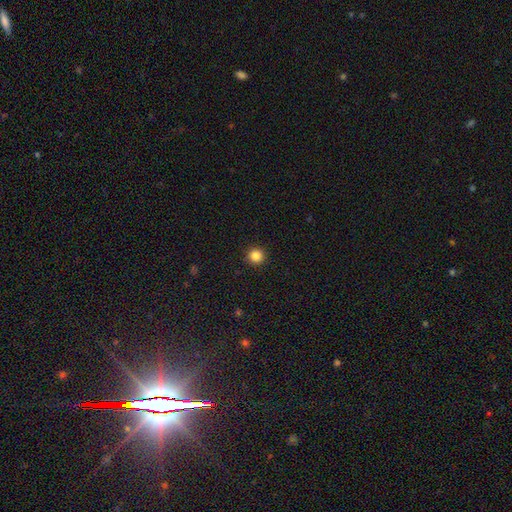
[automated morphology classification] A smooth galaxy with no disk features (86%) that is round (95%). Merging: none (92%).